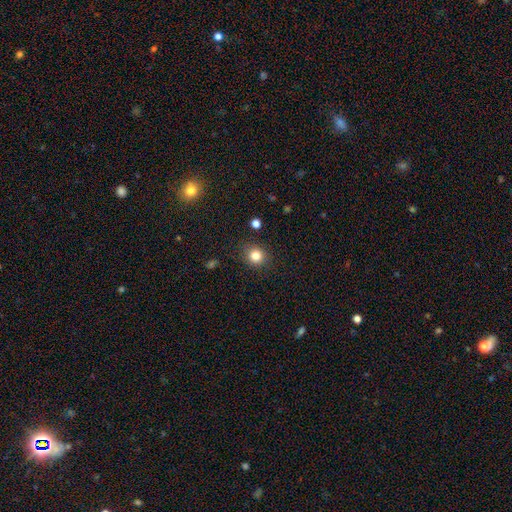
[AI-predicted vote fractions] Smooth or featured? Predicted: smooth (p=0.82). How rounded? Predicted: round (p=0.83). Merging? Predicted: none (p=0.88).